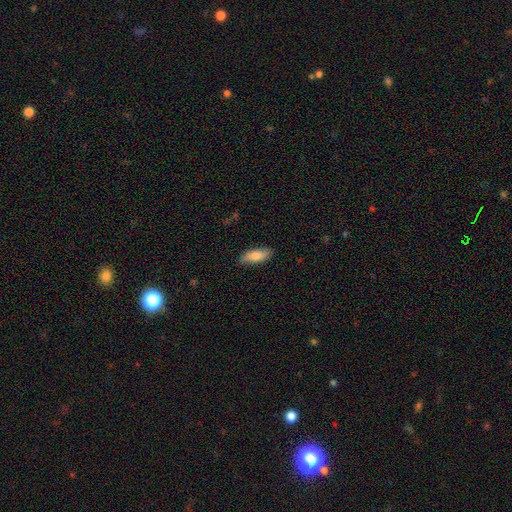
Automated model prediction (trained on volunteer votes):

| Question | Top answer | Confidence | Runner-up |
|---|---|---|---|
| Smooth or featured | smooth | 79% | featured or disk (15%) |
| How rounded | in between | 73% | cigar-shaped (24%) |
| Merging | none | 83% | minor disturbance (13%) |